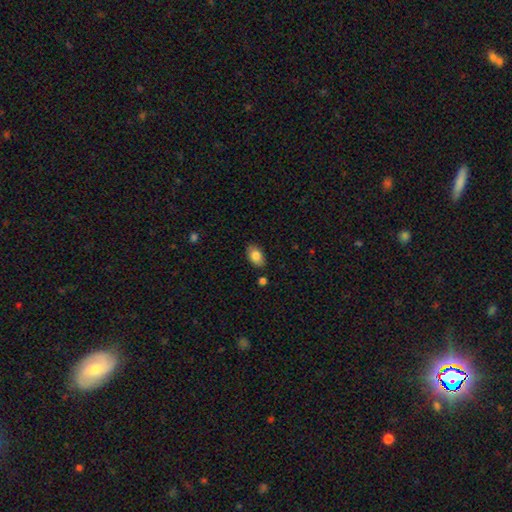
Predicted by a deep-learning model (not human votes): smooth 84%, featured or disk 9%, star or artifact 7%. Down the decision tree: how rounded — in between (91%); merging — none (84%).